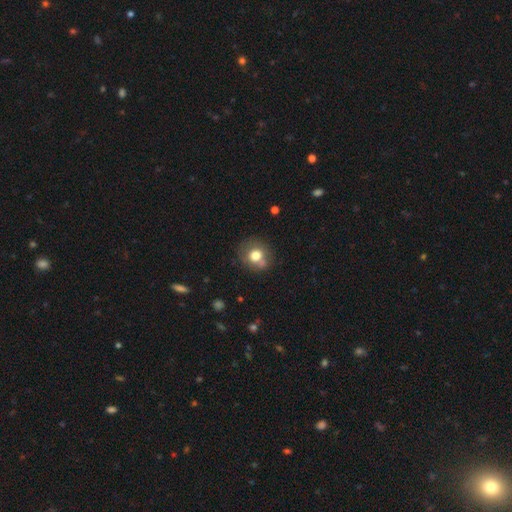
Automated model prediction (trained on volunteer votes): smooth-or-featured: smooth: 74% | featured or disk: 15% | star or artifact: 11%
  how-rounded: round: 79% | in between: 20% | cigar-shaped: 1%
  merging: none: 65% | minor disturbance: 19% | merger: 10% | major disturbance: 6%